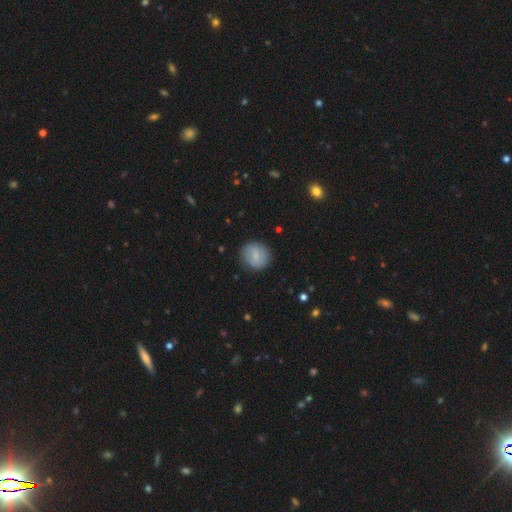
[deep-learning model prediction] This is likely a smooth galaxy (74%). How rounded: clearly round (87%). Merging: clearly none (87%).